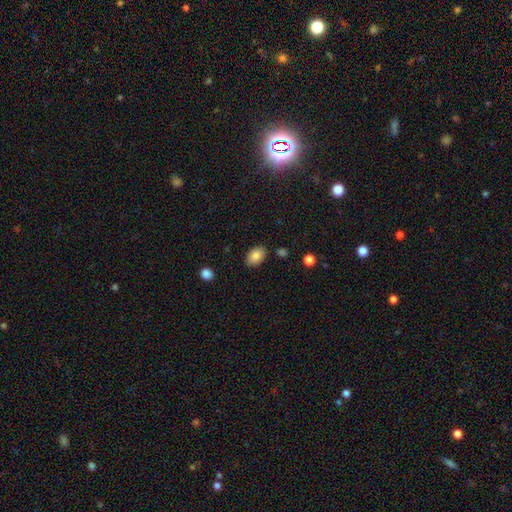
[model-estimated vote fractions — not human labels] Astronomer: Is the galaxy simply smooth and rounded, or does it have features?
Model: smooth — 86%.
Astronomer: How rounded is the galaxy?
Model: in between — 84%.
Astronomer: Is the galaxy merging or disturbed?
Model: none — 85%.